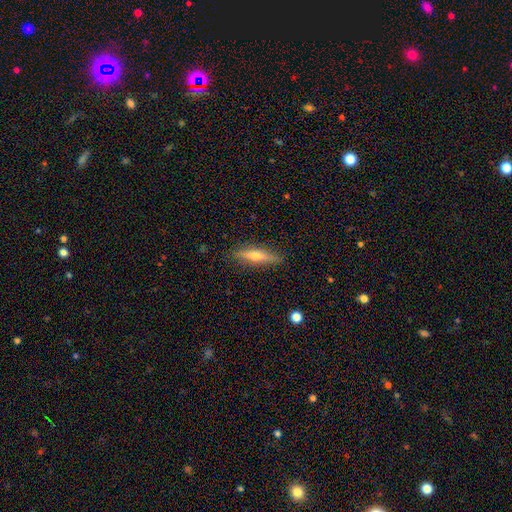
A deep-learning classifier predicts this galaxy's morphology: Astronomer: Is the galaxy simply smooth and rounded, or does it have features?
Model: featured or disk — 48% (runner-up: smooth, 46%).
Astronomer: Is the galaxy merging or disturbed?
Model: none — 88%.